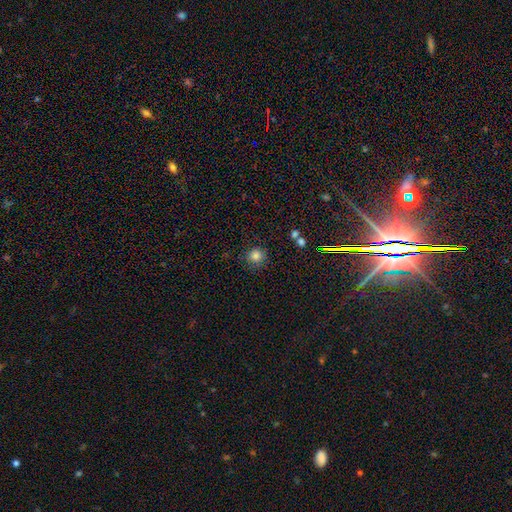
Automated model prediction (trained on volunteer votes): Smooth or featured: smooth — 82% (star or artifact — 13%)
How rounded: round — 92% (in between — 7%)
Merging: none — 84% (minor disturbance — 10%)